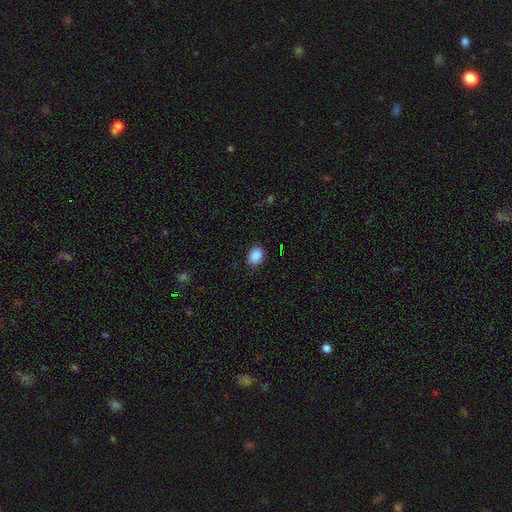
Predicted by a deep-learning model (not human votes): Smooth or featured: smooth — 89% (star or artifact — 8%)
How rounded: in between — 78% (round — 21%)
Merging: none — 84% (minor disturbance — 13%)